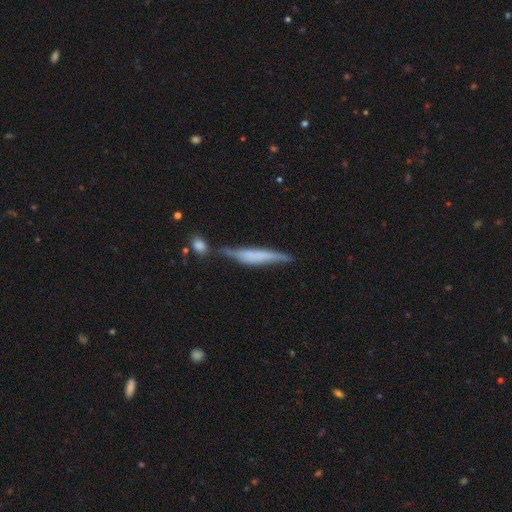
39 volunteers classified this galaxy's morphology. A smooth galaxy with no disk features (51%) that is cigar-shaped (95%). Merging: none (50%).